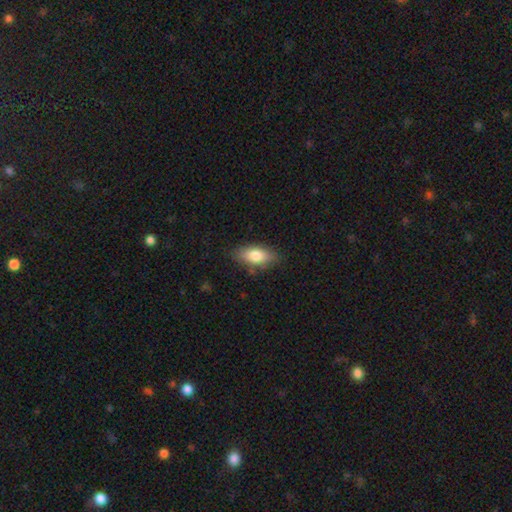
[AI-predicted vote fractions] Smooth or featured: smooth — 79% (featured or disk — 14%)
How rounded: in between — 86% (cigar-shaped — 11%)
Merging: none — 80% (minor disturbance — 15%)